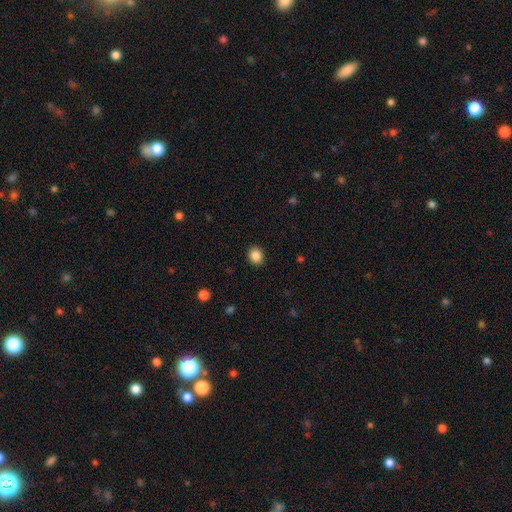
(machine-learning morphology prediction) Smooth or featured: smooth — 87% (star or artifact — 9%)
How rounded: round — 61% (in between — 38%)
Merging: none — 91% (minor disturbance — 6%)